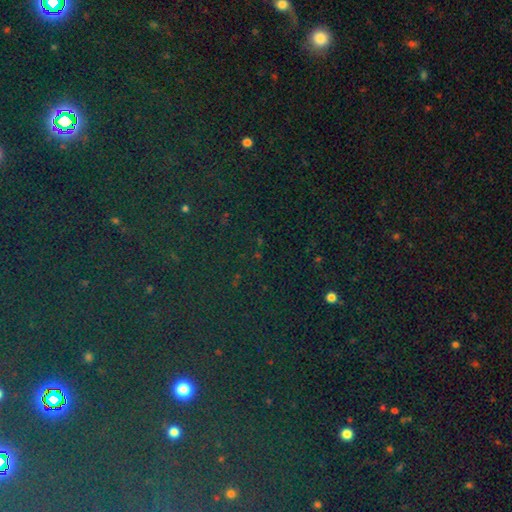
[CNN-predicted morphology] The model was most divided on "smooth or featured": star or artifact: 80%, smooth: 12%, featured or disk: 8%.